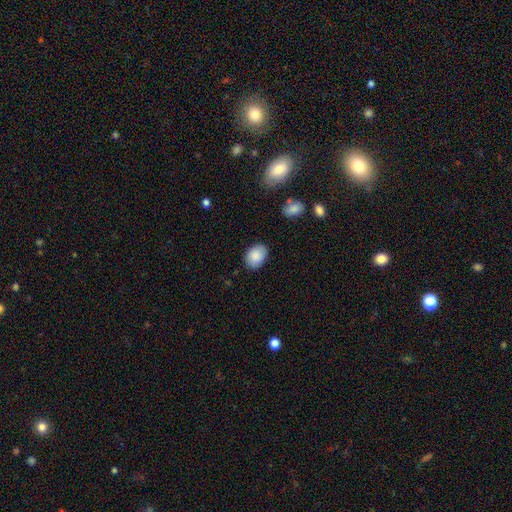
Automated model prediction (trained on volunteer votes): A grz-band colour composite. It shows a smooth galaxy with no disk features (88%) that is in between round and cigar-shaped (72%). Merging: none (83%).